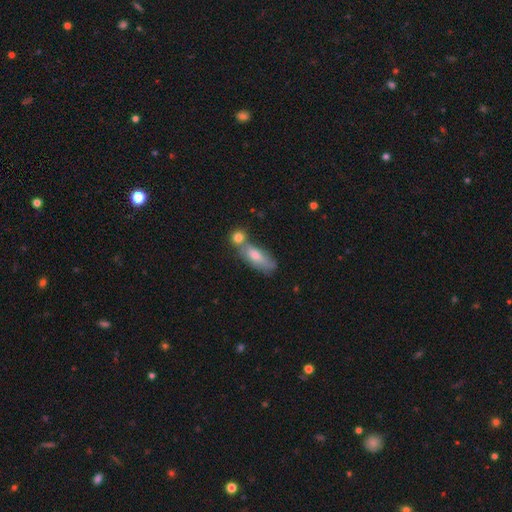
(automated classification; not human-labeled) Smooth or featured? smooth (73%)
How rounded? in between (70%)
Merging? none (39%)